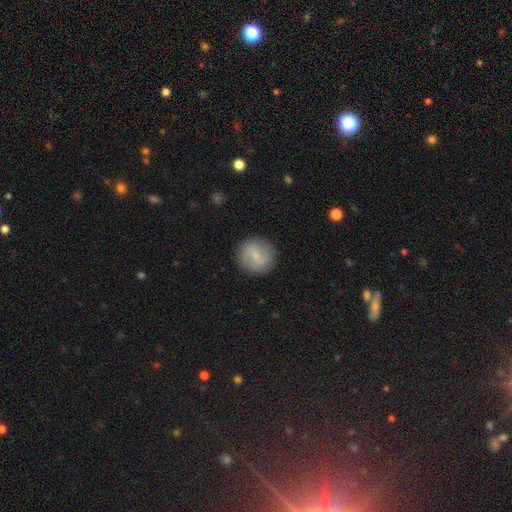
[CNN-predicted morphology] This appears to be a smooth galaxy with no disk features (50%) that is round (93%). Merging: none (88%).